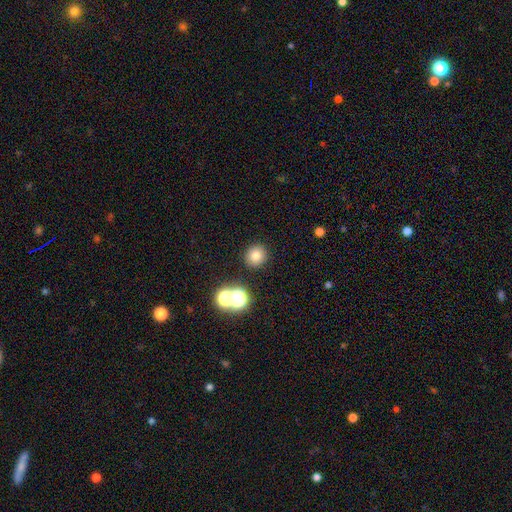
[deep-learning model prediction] A smooth galaxy with no disk features (76%) that is round (90%).

Vote fractions:
- Smooth or featured? smooth: 76% / star or artifact: 16% / featured or disk: 8%
- How rounded? round: 90% / in between: 9% / cigar-shaped: 1%
- Merging? none: 87% / minor disturbance: 6% / merger: 5% / major disturbance: 2%